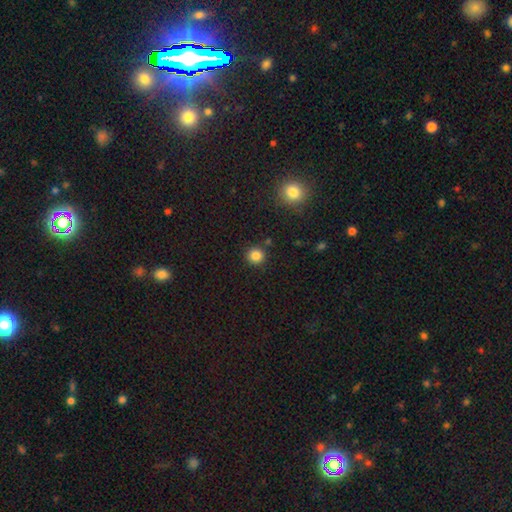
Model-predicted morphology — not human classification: type=smooth (84%); roundness=round (93%); merging=none (89%).